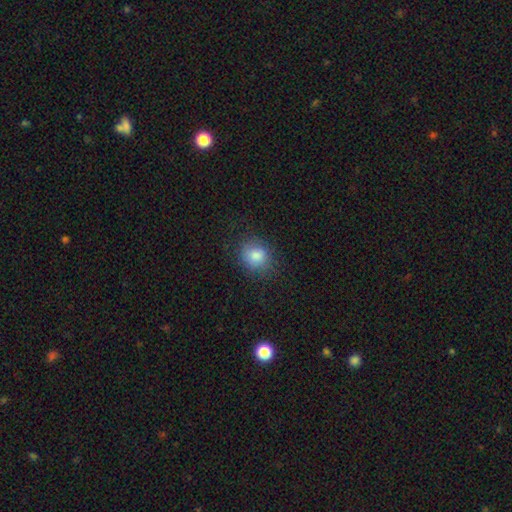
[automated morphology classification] type=smooth (83%); roundness=round (74%); merging=none (80%).